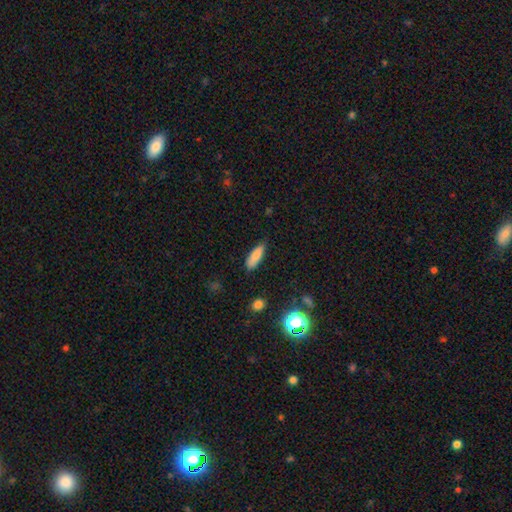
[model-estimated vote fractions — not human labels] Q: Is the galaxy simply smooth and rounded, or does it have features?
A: smooth — 83%.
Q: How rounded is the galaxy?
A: in between — 55%.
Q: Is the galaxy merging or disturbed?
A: none — 78%.